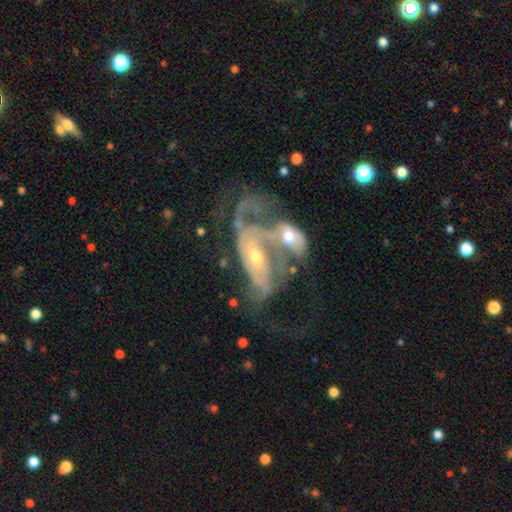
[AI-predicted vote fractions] Morphology: type=featured or disk (82%); edge-on=no (94%); bar=no (60%); spiral arms=yes (83%); winding=medium (38%); arm count=2 (41%); bulge=small (52%); merging=merger (69%).